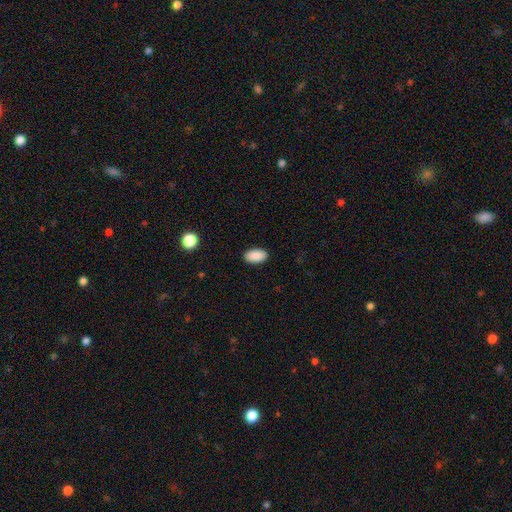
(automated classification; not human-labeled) Smooth or featured? Predicted: smooth (p=0.90). How rounded? Predicted: in between (p=0.94). Merging? Predicted: none (p=0.90).